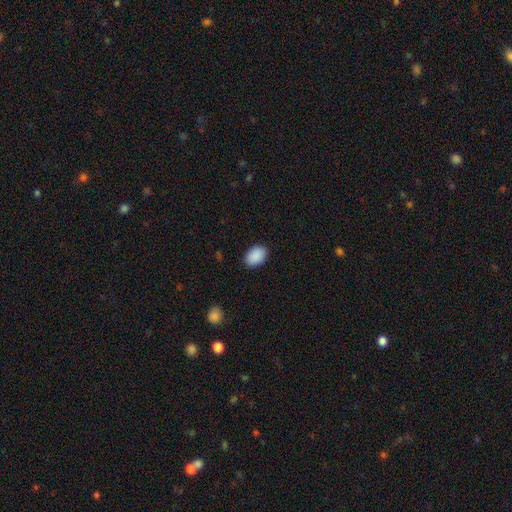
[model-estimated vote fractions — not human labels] Overall: smooth (91%). How rounded: in between (85%). Merging: none (88%).